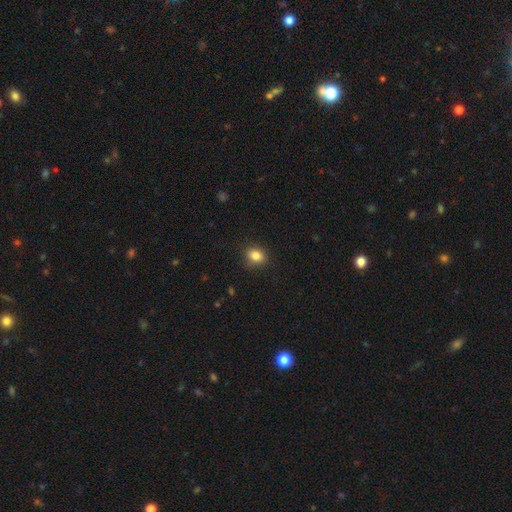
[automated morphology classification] smooth 84%, star or artifact 10%, featured or disk 6%. Down the decision tree: how rounded — in between (52%); merging — none (83%).